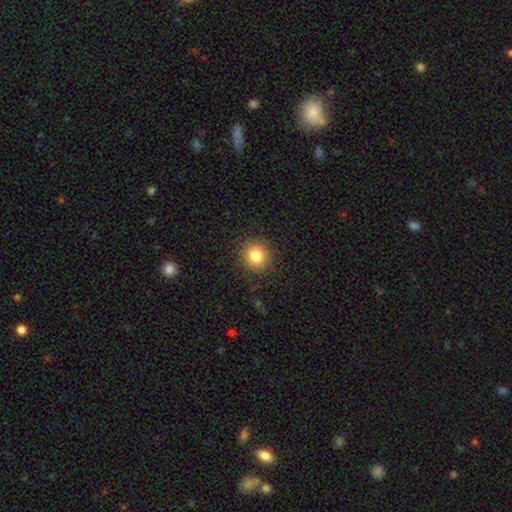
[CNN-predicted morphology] Smooth or featured: smooth — 82% (star or artifact — 11%)
How rounded: round — 92% (in between — 7%)
Merging: none — 89% (minor disturbance — 7%)